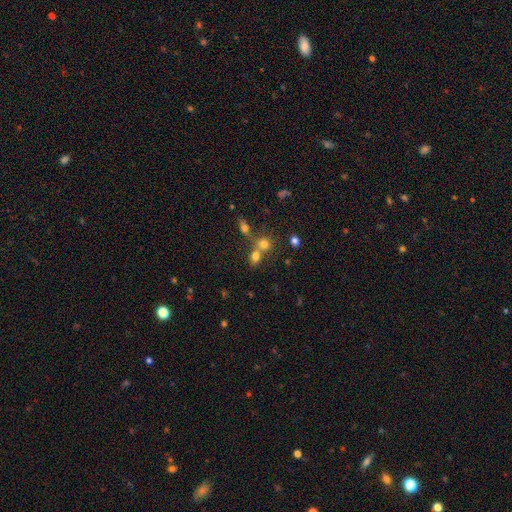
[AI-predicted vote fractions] The model was most divided on "how rounded": in between: 51%, round: 46%, cigar-shaped: 2%. Remaining: smooth or featured — smooth (71%); merging — merger (48%).